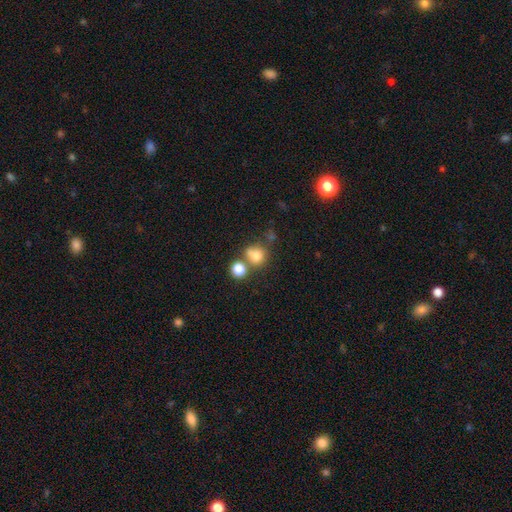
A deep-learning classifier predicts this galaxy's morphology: type=smooth (76%); roundness=round (83%); merging=none (53%).